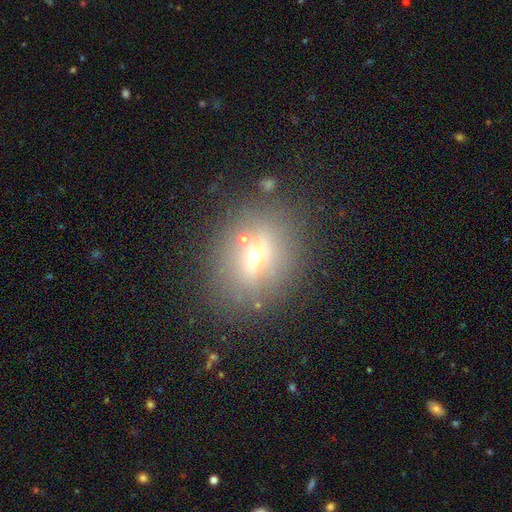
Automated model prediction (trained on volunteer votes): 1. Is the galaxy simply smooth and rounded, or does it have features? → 41% smooth, 39% featured or disk, 19% star or artifact.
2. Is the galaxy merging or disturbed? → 77% none, 12% minor disturbance, 6% merger, 5% major disturbance.